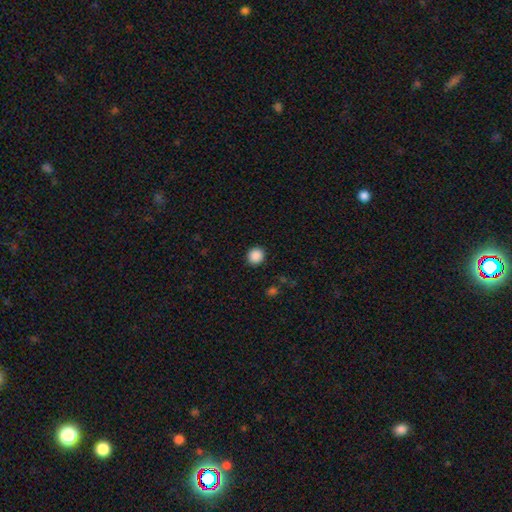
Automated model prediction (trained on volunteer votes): Morphology: type=smooth (88%); roundness=round (90%); merging=none (92%).